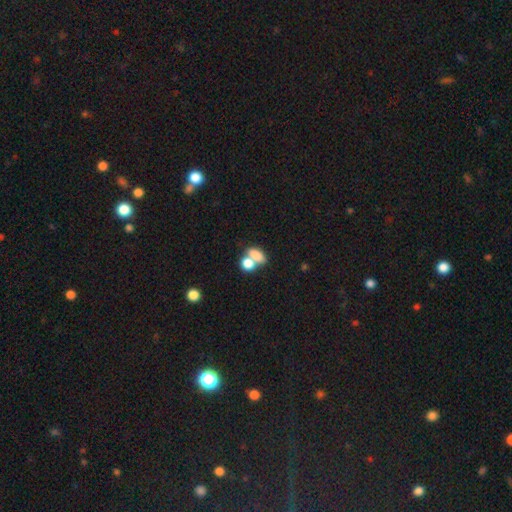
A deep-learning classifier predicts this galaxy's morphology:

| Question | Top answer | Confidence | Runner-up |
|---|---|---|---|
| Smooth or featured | smooth | 78% | featured or disk (12%) |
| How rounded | in between | 76% | round (19%) |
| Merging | merger | 55% | none (31%) |